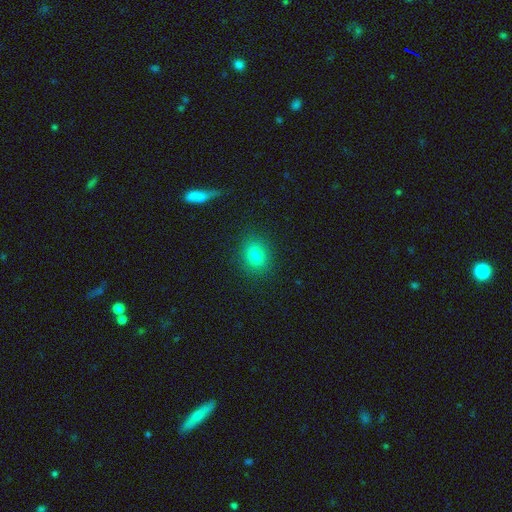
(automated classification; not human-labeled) Smooth or featured?
  - smooth: 80% *
  - star or artifact: 13%
  - featured or disk: 7%
How rounded?
  - round: 57% *
  - in between: 42%
  - cigar-shaped: 1%
Merging?
  - none: 88% *
  - minor disturbance: 8%
  - major disturbance: 3%
  - merger: 1%